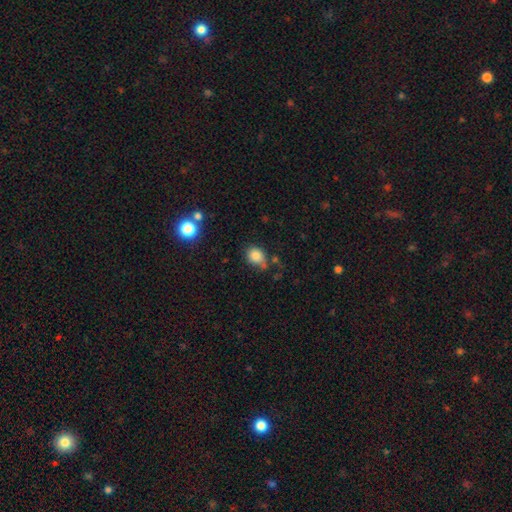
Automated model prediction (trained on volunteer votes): Overall: smooth (82%). How rounded: round (57%; in between 42%). Merging: none (59%; minor disturbance 24%).